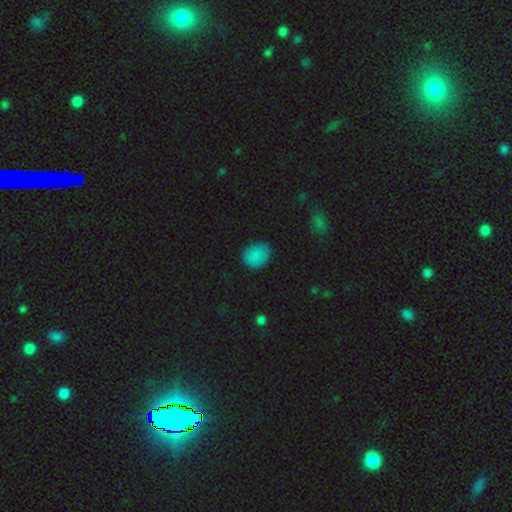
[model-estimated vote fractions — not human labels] The model was most divided on "how rounded": round: 56%, in between: 43%, cigar-shaped: 1%. More confident: smooth or featured — smooth (84%); merging — none (82%).